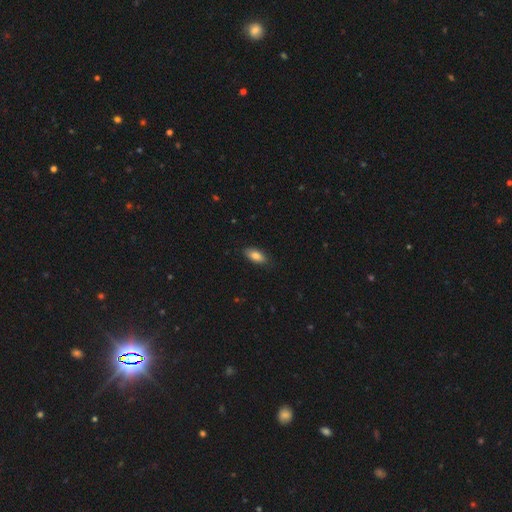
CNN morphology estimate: A smooth galaxy with no disk features (83%) that is in between round and cigar-shaped (87%).

Vote fractions:
- Smooth or featured? smooth: 83% / featured or disk: 10% / star or artifact: 7%
- How rounded? in between: 87% / cigar-shaped: 10% / round: 2%
- Merging? none: 85% / minor disturbance: 12% / major disturbance: 2% / merger: 1%